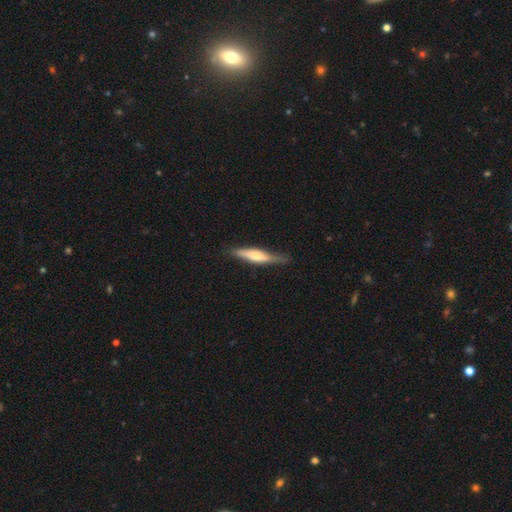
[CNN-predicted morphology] Smooth or featured? Predicted: smooth (p=0.55). How rounded? Predicted: cigar-shaped (p=0.85). Merging? Predicted: none (p=0.75).